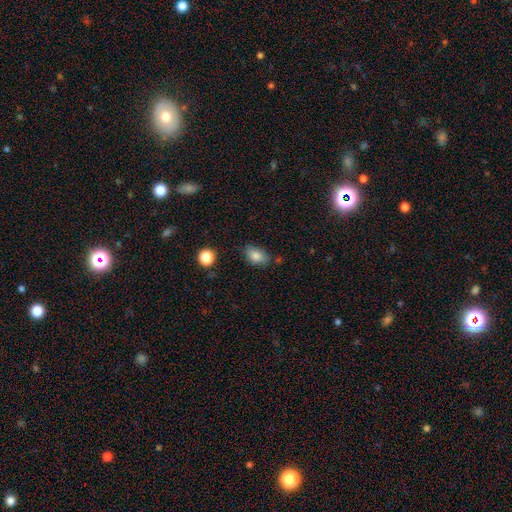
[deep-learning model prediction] smooth_or_featured: smooth (p=0.84) [alt: star or artifact p=0.09]
how_rounded: in between (p=0.85) [alt: round p=0.13]
merging: none (p=0.73) [alt: minor disturbance p=0.19]